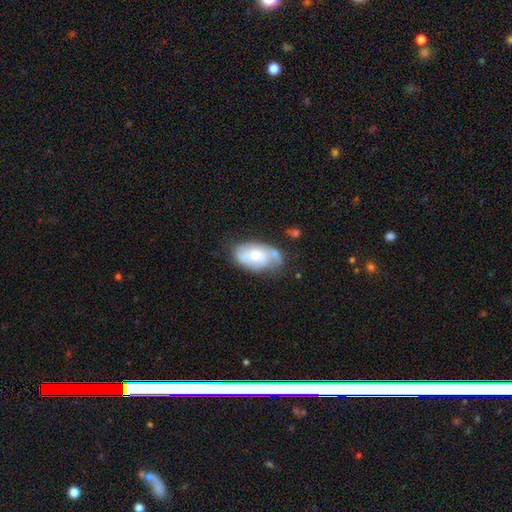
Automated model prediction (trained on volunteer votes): A smooth galaxy with no disk features (48%).

Vote fractions:
- Smooth or featured? smooth: 48% / featured or disk: 46% / star or artifact: 6%
- Merging? none: 47% / minor disturbance: 31% / major disturbance: 12% / merger: 10%